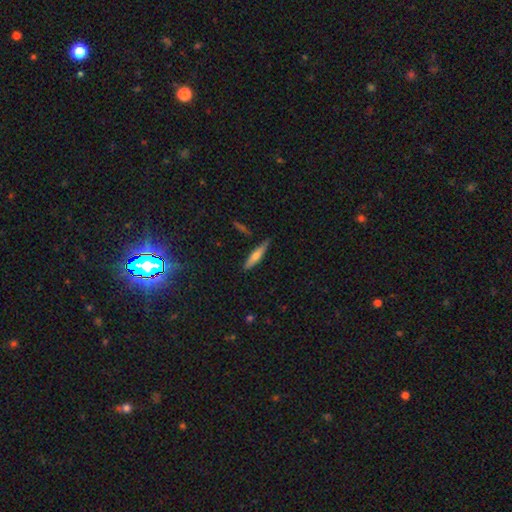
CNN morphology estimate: smooth 60%, featured or disk 33%, star or artifact 7%. Down the decision tree: how rounded — cigar-shaped (82%); merging — none (82%).